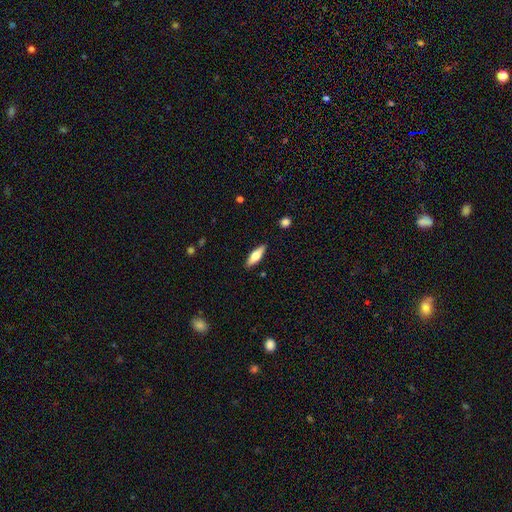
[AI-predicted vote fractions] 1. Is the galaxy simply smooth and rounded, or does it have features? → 58% smooth, 36% featured or disk, 6% star or artifact.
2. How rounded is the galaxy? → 53% in between, 45% cigar-shaped, 2% round.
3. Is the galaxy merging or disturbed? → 88% none, 9% minor disturbance, 2% major disturbance, 1% merger.